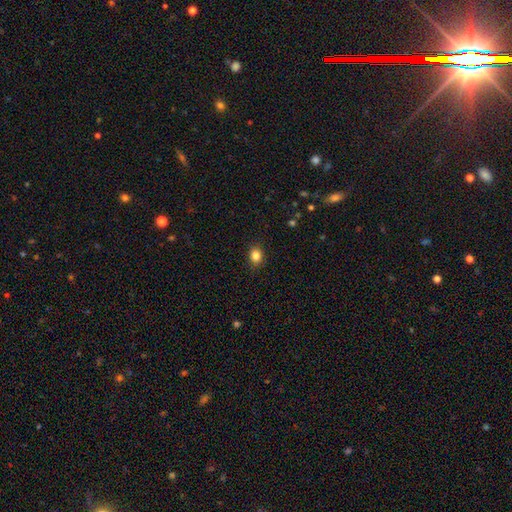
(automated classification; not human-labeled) The model was most divided on "how rounded": round: 51%, in between: 48%, cigar-shaped: 1%. More confident: merging — none (89%); smooth or featured — smooth (85%).